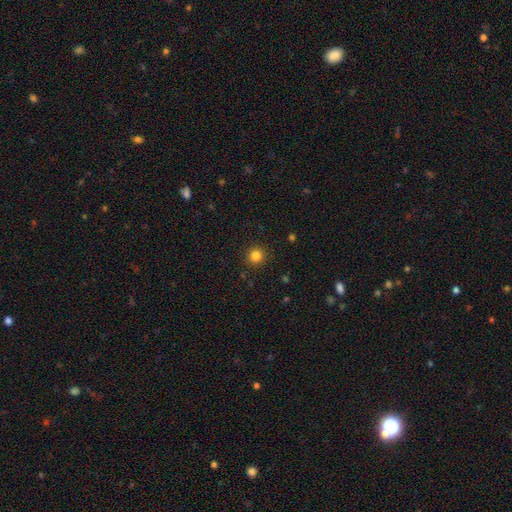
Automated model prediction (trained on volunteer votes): Smooth or featured? smooth (83%)
How rounded? round (94%)
Merging? none (91%)